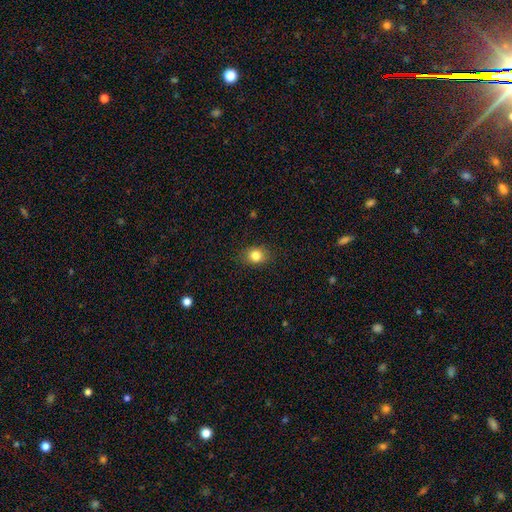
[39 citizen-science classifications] A smooth galaxy with no disk features (87%) that is in between round and cigar-shaped (68%). Merging: none (86%).